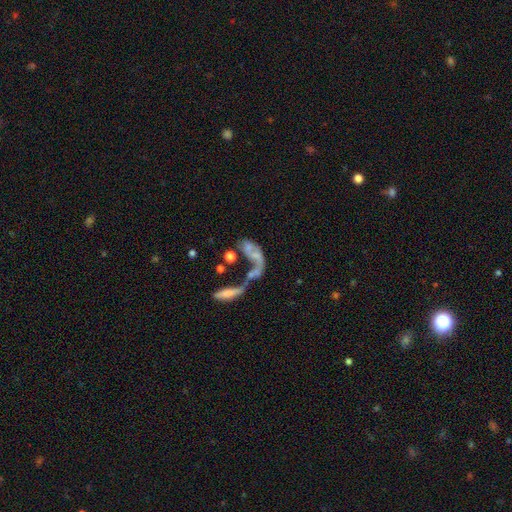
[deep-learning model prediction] The model was most divided on "smooth or featured": featured or disk: 54%, smooth: 34%, star or artifact: 12%. More confident: edge-on disk — no (92%); merging — merger (54%).